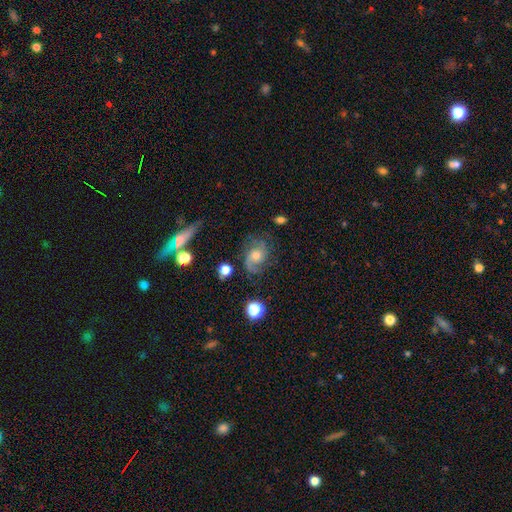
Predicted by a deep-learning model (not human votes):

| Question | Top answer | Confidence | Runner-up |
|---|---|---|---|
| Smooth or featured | featured or disk | 76% | smooth (14%) |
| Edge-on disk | no | 97% | yes (3%) |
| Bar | no | 70% | weak (26%) |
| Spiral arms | yes | 94% | no (6%) |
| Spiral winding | medium | 48% | tight (31%) |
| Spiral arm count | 2 | 65% | can't tell (13%) |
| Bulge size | moderate | 64% | small (22%) |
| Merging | none | 69% | minor disturbance (18%) |